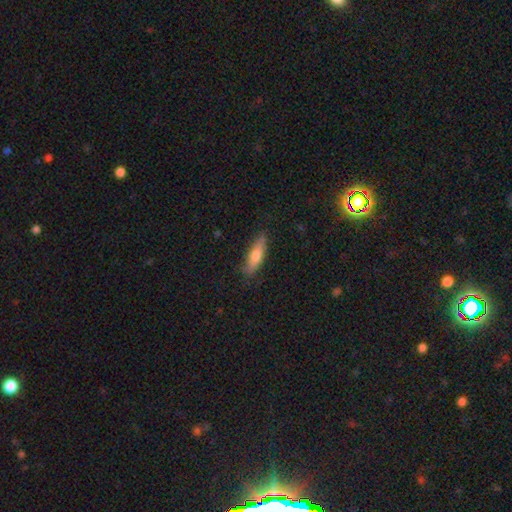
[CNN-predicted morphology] type=smooth (68%); roundness=cigar-shaped (64%); merging=none (81%).